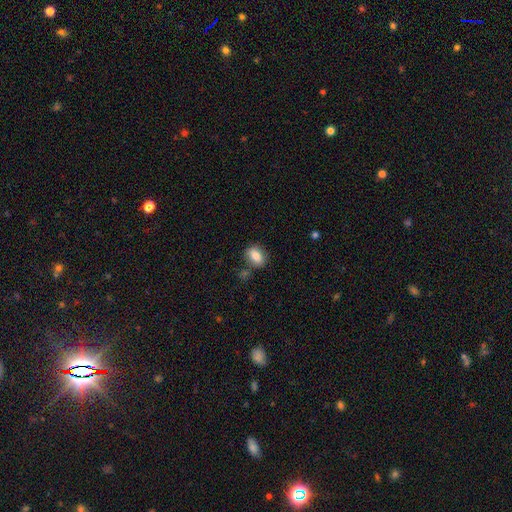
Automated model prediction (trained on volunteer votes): A smooth galaxy with no disk features (81%) that is in between round and cigar-shaped (70%).

Vote fractions:
- Smooth or featured? smooth: 81% / featured or disk: 11% / star or artifact: 8%
- How rounded? in between: 70% / round: 28% / cigar-shaped: 2%
- Merging? none: 77% / minor disturbance: 13% / merger: 7% / major disturbance: 3%